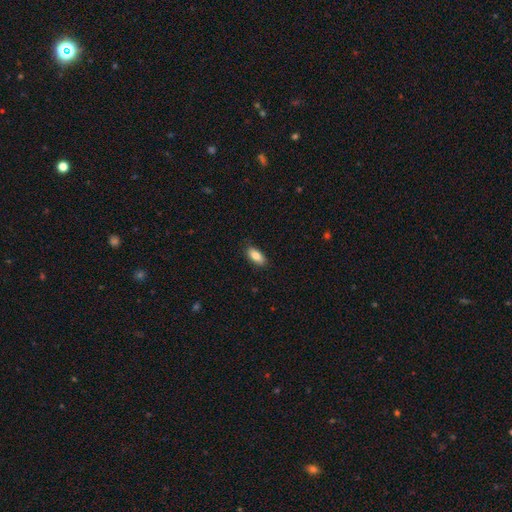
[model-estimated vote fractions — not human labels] This is clearly a smooth galaxy (83%). How rounded: clearly in between (85%). Merging: clearly none (87%).